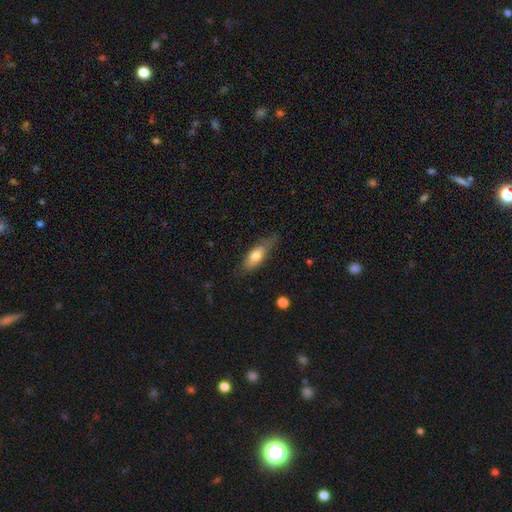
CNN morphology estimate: The model was most divided on "how rounded": in between: 62%, cigar-shaped: 35%, round: 3%. More confident: smooth or featured — smooth (69%); merging — none (63%).